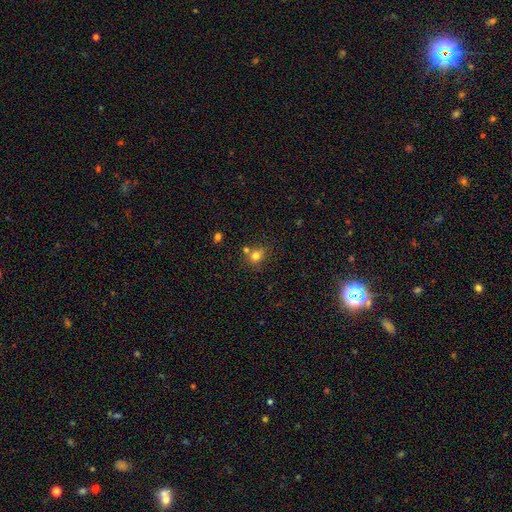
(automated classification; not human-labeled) This is likely a smooth galaxy (77%). How rounded: likely round (68%). Merging: possibly none (56%).